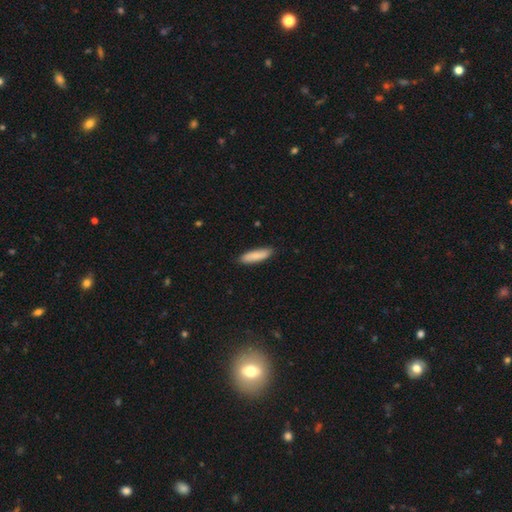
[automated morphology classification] Q: Smooth or featured?
A: smooth (84%); runner-up: featured or disk (11%)
Q: How rounded?
A: cigar-shaped (66%); runner-up: in between (33%)
Q: Merging?
A: none (86%); runner-up: minor disturbance (11%)